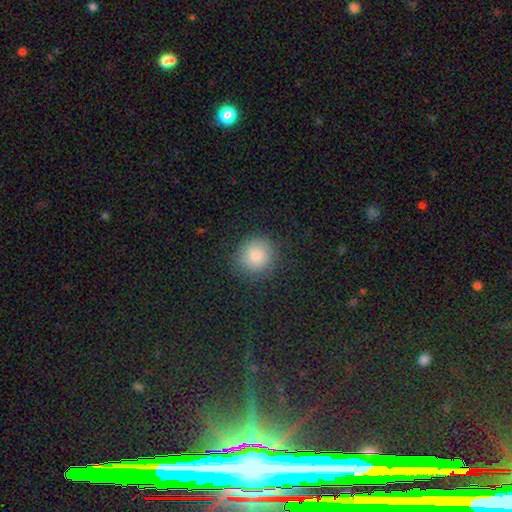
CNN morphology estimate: A smooth galaxy with no disk features (84%) that is round (91%). Merging: none (89%).